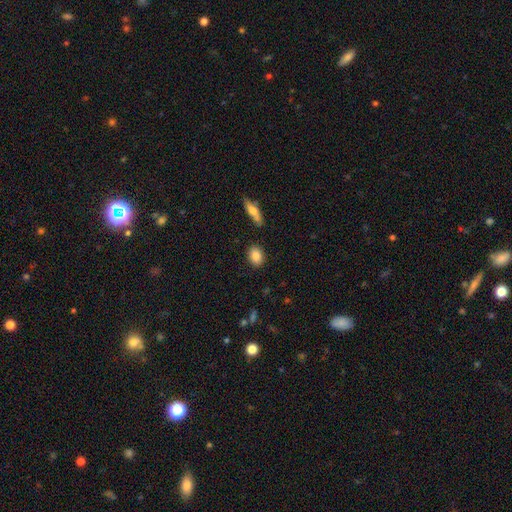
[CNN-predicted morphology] Smooth or featured: smooth — 86% (star or artifact — 7%)
How rounded: in between — 65% (round — 32%)
Merging: none — 86% (minor disturbance — 9%)